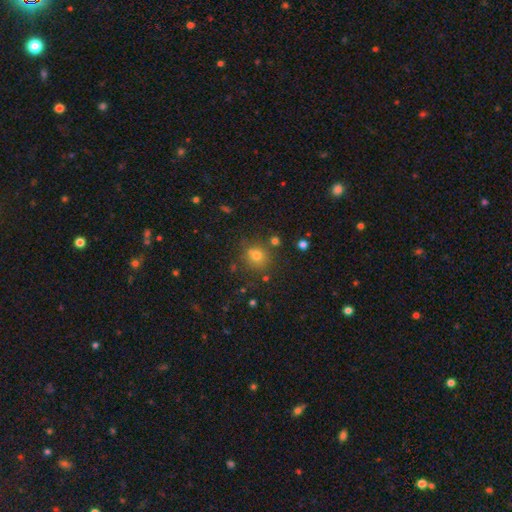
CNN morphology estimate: A smooth galaxy with no disk features (68%) that is round (85%). Merging: none (84%).